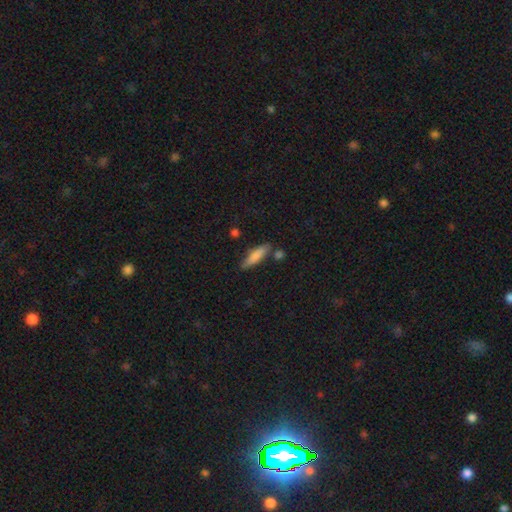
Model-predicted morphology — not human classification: type=smooth (78%); roundness=cigar-shaped (74%); merging=none (76%).